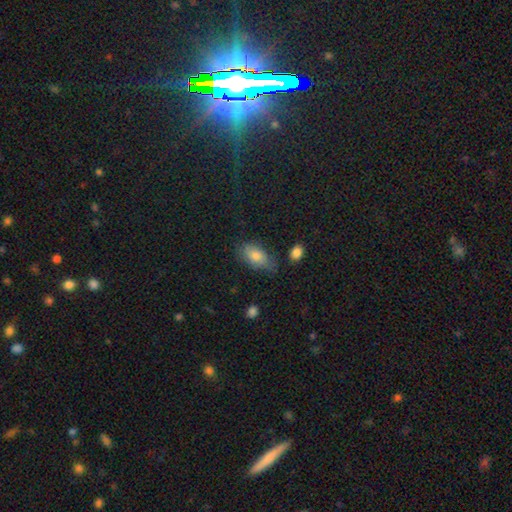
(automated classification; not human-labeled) A smooth galaxy with no disk features (76%) that is in between round and cigar-shaped (90%).

Vote fractions:
- Smooth or featured? smooth: 76% / featured or disk: 15% / star or artifact: 9%
- How rounded? in between: 90% / round: 6% / cigar-shaped: 4%
- Merging? none: 61% / minor disturbance: 28% / major disturbance: 8% / merger: 3%